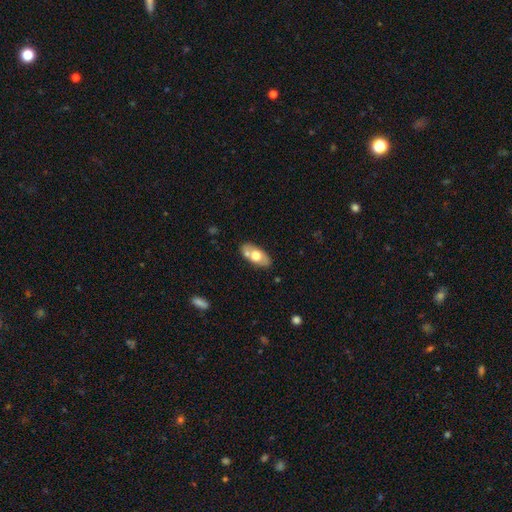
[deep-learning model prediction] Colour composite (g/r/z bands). It shows a smooth galaxy with no disk features (60%) that is in between round and cigar-shaped (89%). Merging: none (70%).